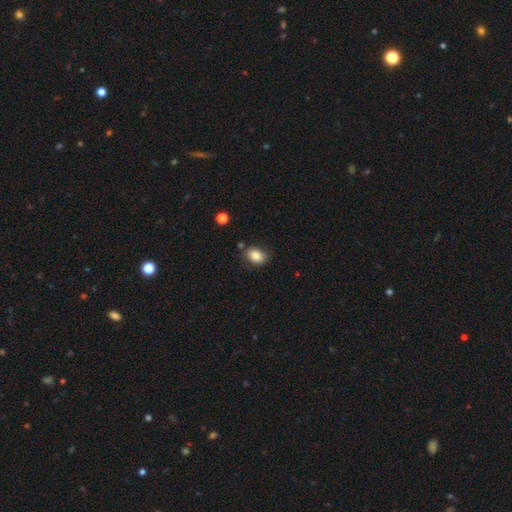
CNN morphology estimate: smooth 83%, star or artifact 9%, featured or disk 8%. Down the decision tree: how rounded — in between (73%); merging — none (79%).